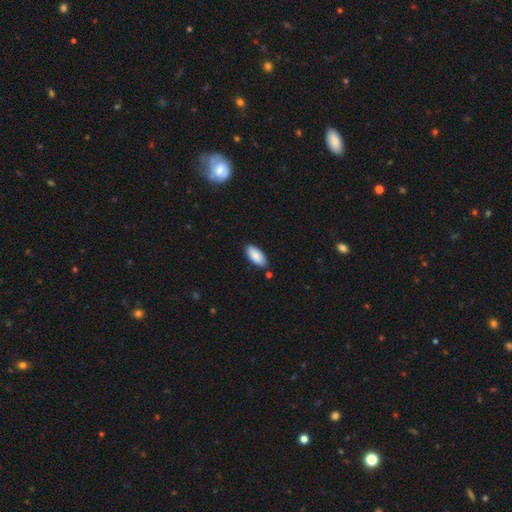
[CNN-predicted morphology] Q: Smooth or featured?
A: smooth (87%); runner-up: featured or disk (7%)
Q: How rounded?
A: in between (90%); runner-up: cigar-shaped (8%)
Q: Merging?
A: none (84%); runner-up: minor disturbance (11%)